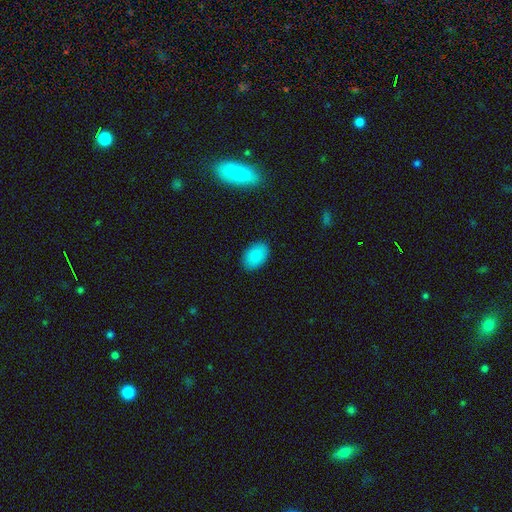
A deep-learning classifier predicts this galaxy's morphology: type=smooth (89%); roundness=in between (90%); merging=none (88%).